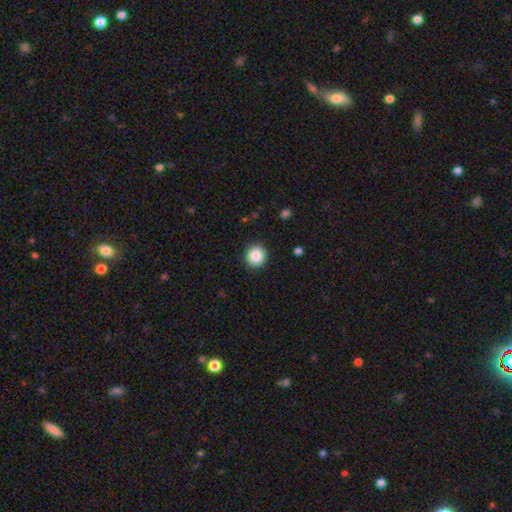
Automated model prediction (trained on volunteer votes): A smooth galaxy with no disk features (88%) that is round (93%). Merging: none (91%).